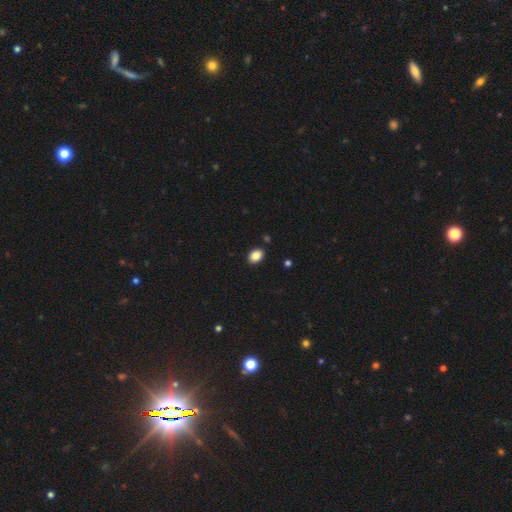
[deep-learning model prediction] Morphology: type=smooth (86%); roundness=in between (77%); merging=none (89%).